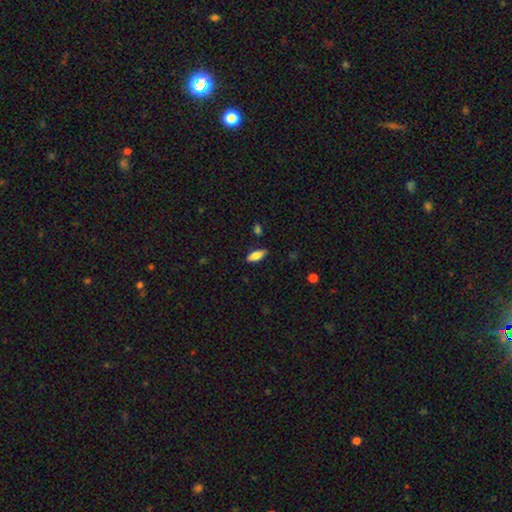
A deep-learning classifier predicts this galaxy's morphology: smooth 78%, featured or disk 16%, star or artifact 7%. Down the decision tree: how rounded — in between (74%); merging — none (85%).